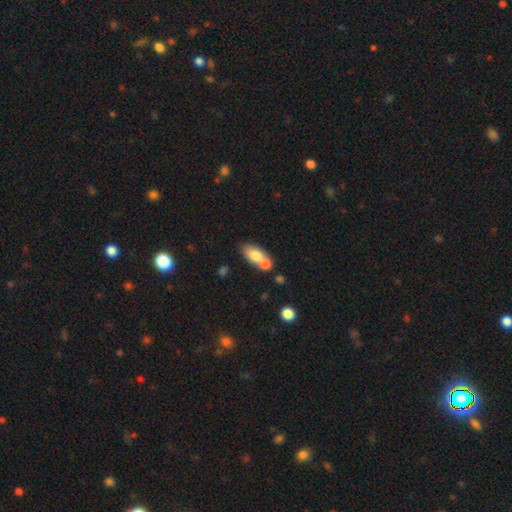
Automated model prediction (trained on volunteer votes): smooth-or-featured: smooth: 74% | featured or disk: 18% | star or artifact: 8%
  how-rounded: in between: 82% | round: 11% | cigar-shaped: 7%
  merging: merger: 51% | none: 35% | minor disturbance: 10% | major disturbance: 4%